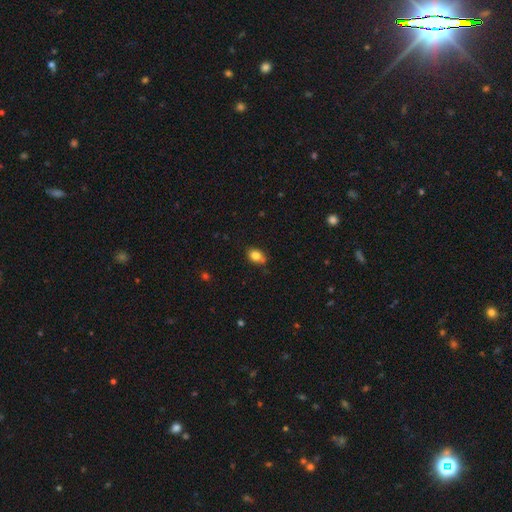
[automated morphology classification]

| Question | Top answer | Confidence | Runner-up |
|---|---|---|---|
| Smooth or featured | smooth | 81% | star or artifact (10%) |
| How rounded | in between | 75% | round (23%) |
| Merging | none | 68% | minor disturbance (24%) |